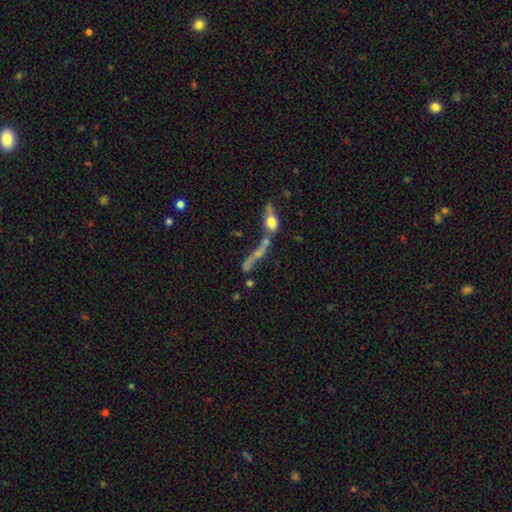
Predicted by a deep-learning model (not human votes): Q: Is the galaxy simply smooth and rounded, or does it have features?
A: featured or disk — 50%.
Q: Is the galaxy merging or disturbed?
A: merger — 52%.